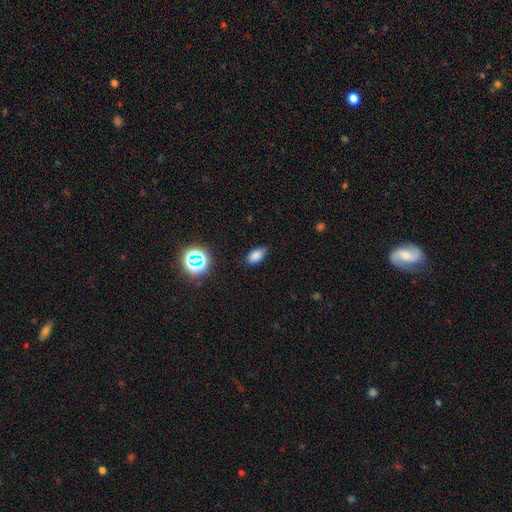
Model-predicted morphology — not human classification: Overall: smooth (80%). How rounded: in between (90%). Merging: none (79%).